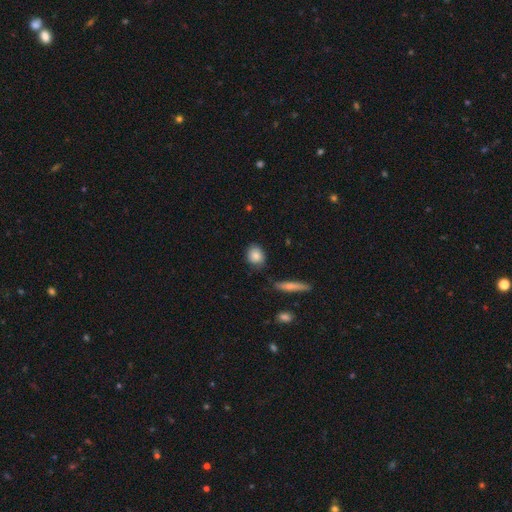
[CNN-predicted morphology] smooth 84%, featured or disk 8%, star or artifact 8%. Down the decision tree: how rounded — round (60%); merging — none (78%).